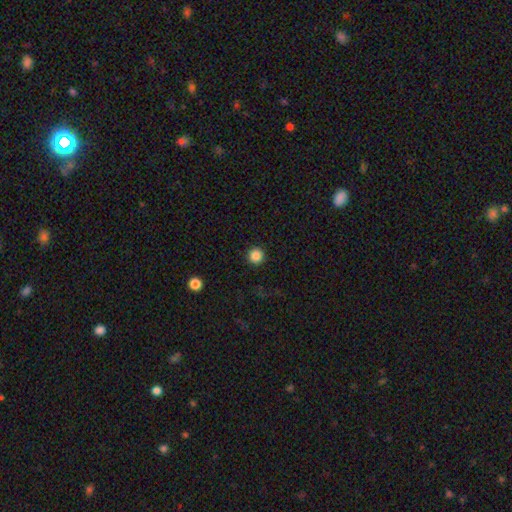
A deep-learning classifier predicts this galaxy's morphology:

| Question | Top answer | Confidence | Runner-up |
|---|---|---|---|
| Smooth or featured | smooth | 86% | star or artifact (11%) |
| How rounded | round | 96% | in between (3%) |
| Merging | none | 93% | minor disturbance (5%) |